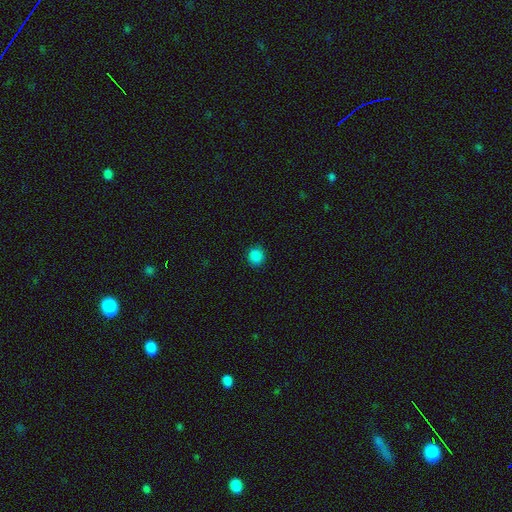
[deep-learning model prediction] Smooth or featured?
  - smooth: 86% *
  - star or artifact: 11%
  - featured or disk: 3%
How rounded?
  - round: 86% *
  - in between: 13%
  - cigar-shaped: 1%
Merging?
  - none: 90% *
  - minor disturbance: 7%
  - major disturbance: 2%
  - merger: 1%